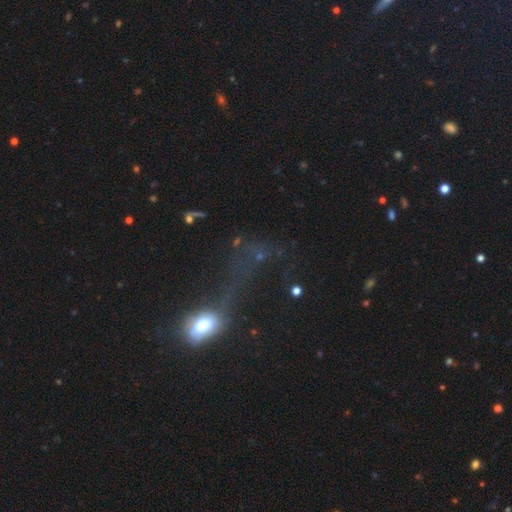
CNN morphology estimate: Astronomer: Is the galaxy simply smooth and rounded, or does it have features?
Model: smooth — 48% (runner-up: star or artifact, 31%).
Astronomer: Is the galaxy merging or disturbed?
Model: major disturbance — 48% (runner-up: none, 24%).